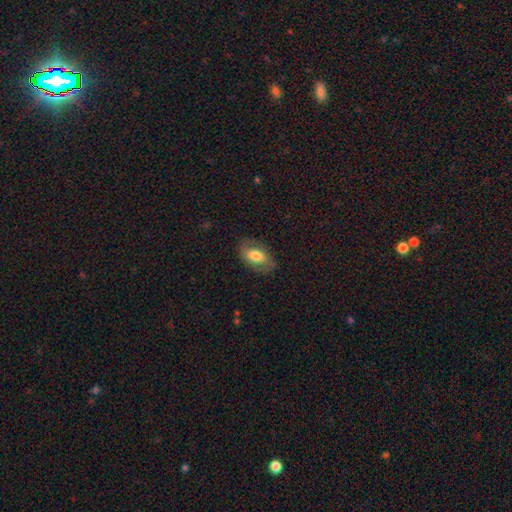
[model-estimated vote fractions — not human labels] Overall: smooth (58%; featured or disk 35%). How rounded: in between (89%). Merging: none (76%).